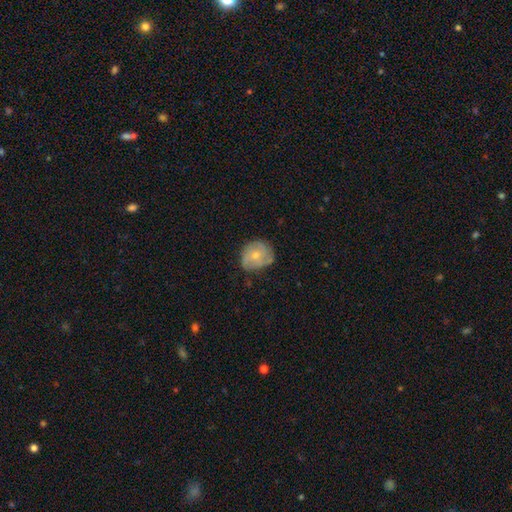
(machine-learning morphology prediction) A smooth galaxy with no disk features (51%) that is round (73%). Merging: none (59%).